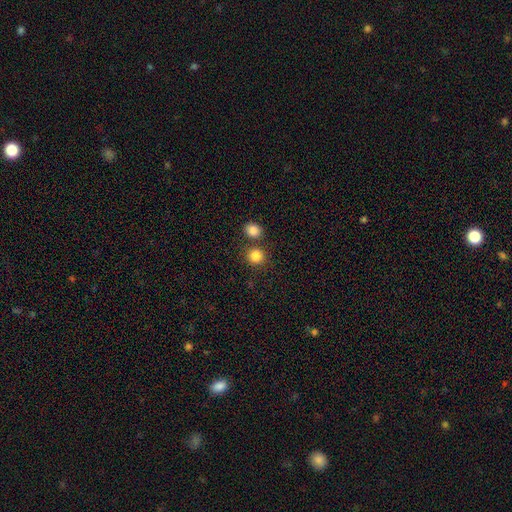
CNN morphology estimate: Smooth or featured? Predicted: smooth (p=0.84). How rounded? Predicted: round (p=0.89). Merging? Predicted: none (p=0.73).